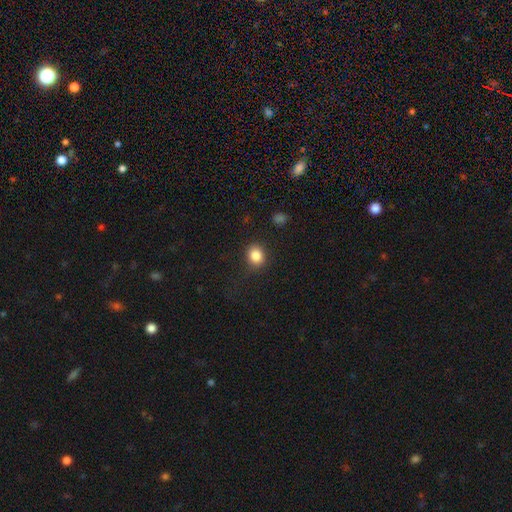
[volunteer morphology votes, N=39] smooth_or_featured: smooth (p=0.90) [alt: featured or disk p=0.08]
how_rounded: round (p=0.54) [alt: in between p=0.46]
merging: none (p=0.95) [alt: minor disturbance p=0.05]